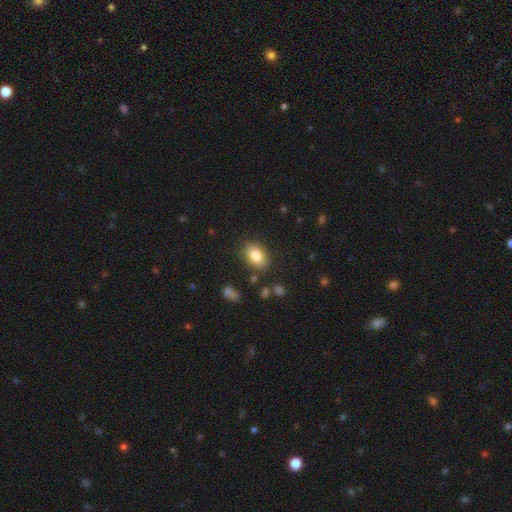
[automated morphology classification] smooth 84%, featured or disk 8%, star or artifact 8%. Down the decision tree: how rounded — in between (84%); merging — none (83%).